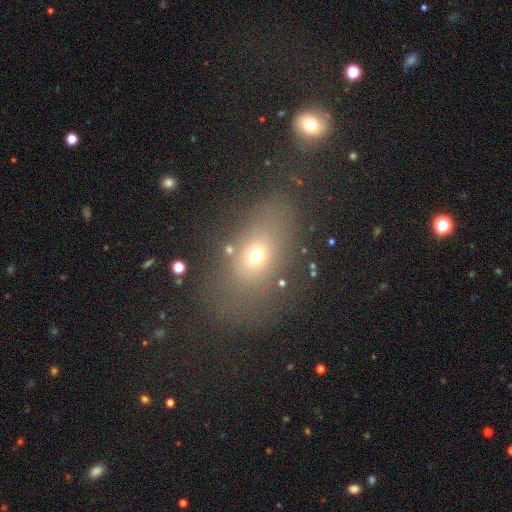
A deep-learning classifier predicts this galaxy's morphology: smooth-or-featured: smooth: 65% | star or artifact: 18% | featured or disk: 17%
  how-rounded: in between: 70% | round: 25% | cigar-shaped: 5%
  merging: none: 69% | minor disturbance: 15% | major disturbance: 11% | merger: 5%